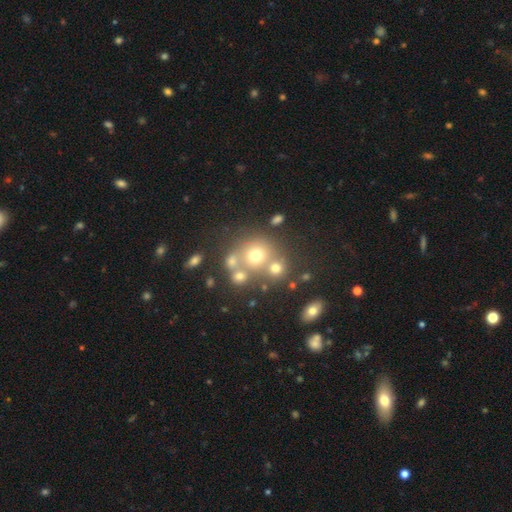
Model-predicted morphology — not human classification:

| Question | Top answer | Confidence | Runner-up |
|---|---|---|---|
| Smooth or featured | smooth | 65% | star or artifact (18%) |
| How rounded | round | 82% | in between (17%) |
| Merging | none | 54% | merger (30%) |